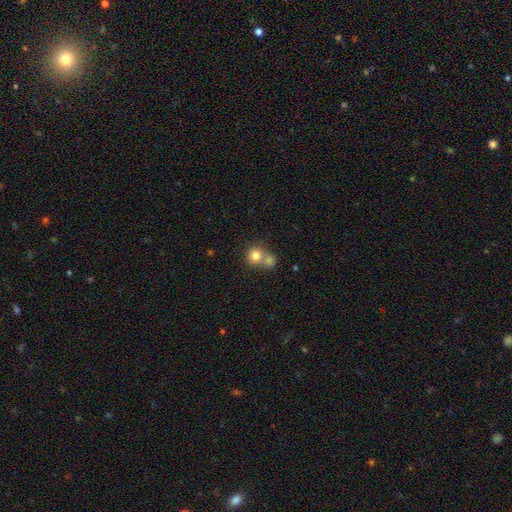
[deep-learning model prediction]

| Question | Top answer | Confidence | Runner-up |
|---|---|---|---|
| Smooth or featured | smooth | 80% | star or artifact (10%) |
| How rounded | round | 87% | in between (12%) |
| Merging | merger | 50% | none (41%) |